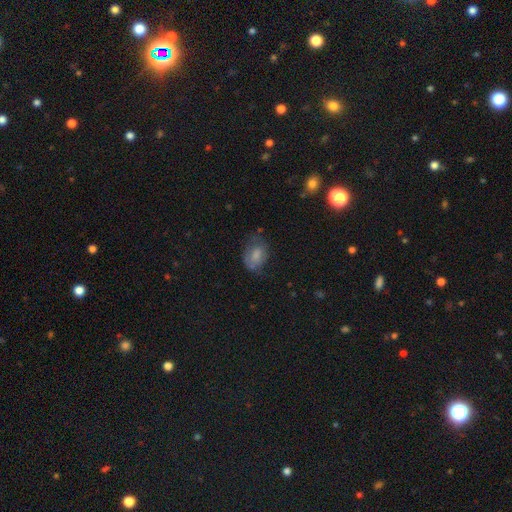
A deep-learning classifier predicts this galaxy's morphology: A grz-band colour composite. It shows a smooth galaxy with no disk features (67%) that is in between round and cigar-shaped (76%). Merging: none (50%).